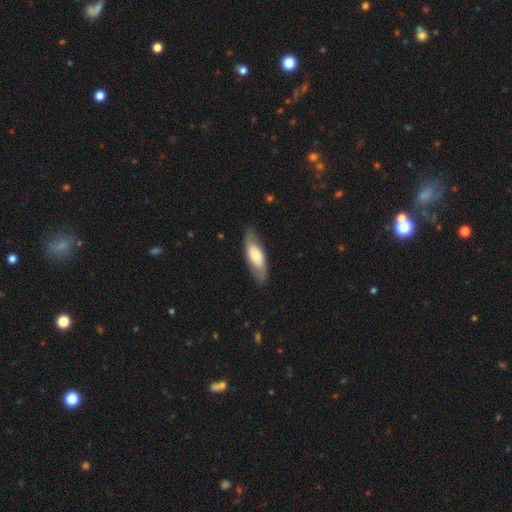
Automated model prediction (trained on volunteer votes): A smooth galaxy with no disk features (55%) that is in between round and cigar-shaped (62%). Merging: none (81%).